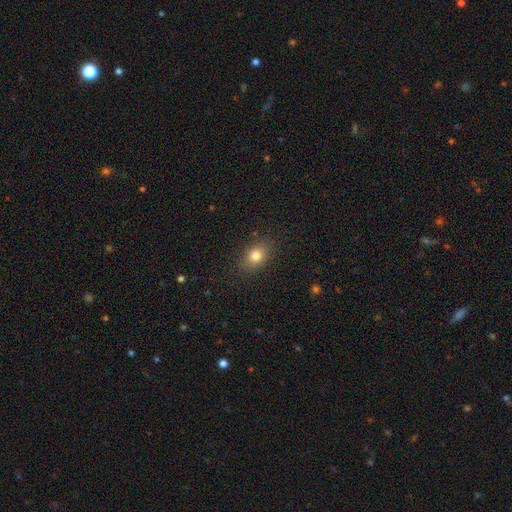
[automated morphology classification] Smooth or featured?
  - smooth: 80% *
  - star or artifact: 11%
  - featured or disk: 9%
How rounded?
  - in between: 71% *
  - round: 27%
  - cigar-shaped: 2%
Merging?
  - none: 86% *
  - minor disturbance: 10%
  - major disturbance: 3%
  - merger: 1%